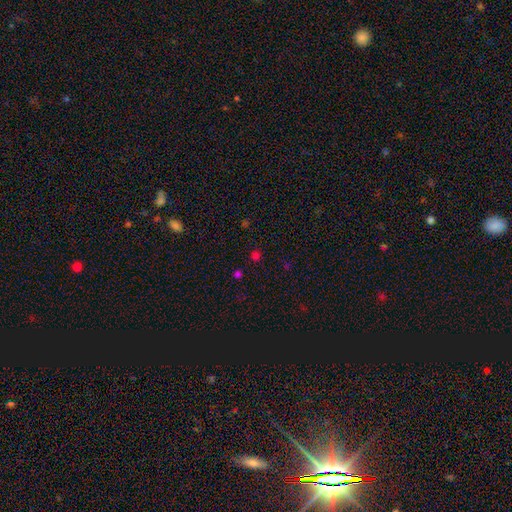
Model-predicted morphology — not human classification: This is likely a smooth galaxy (60%). How rounded: clearly round (83%). Merging: clearly none (82%).